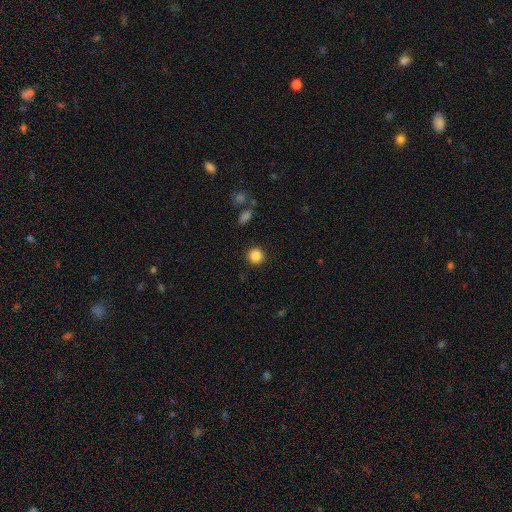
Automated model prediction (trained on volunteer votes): Overall: smooth (86%). How rounded: round (94%). Merging: none (91%).